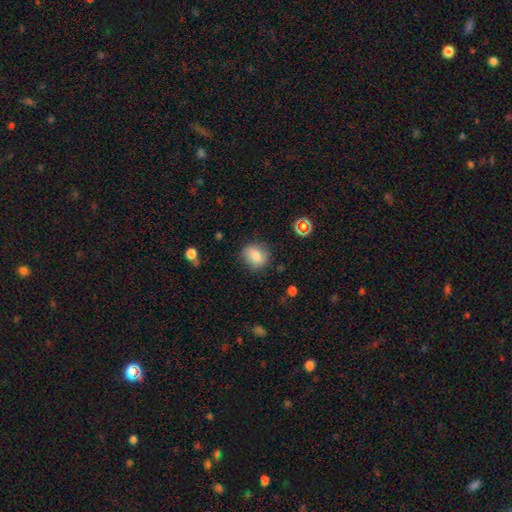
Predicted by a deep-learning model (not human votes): This appears to be a smooth galaxy with no disk features (81%) that is round (63%). Merging: none (82%).